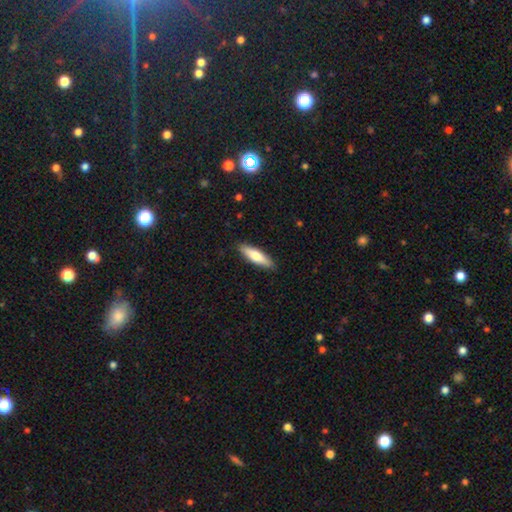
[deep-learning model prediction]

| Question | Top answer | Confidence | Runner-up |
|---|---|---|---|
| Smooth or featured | smooth | 71% | featured or disk (24%) |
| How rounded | cigar-shaped | 66% | in between (33%) |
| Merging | none | 89% | minor disturbance (8%) |